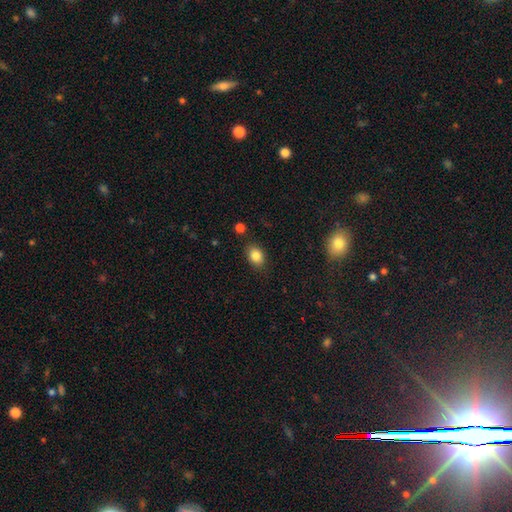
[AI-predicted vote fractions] Smooth or featured?
  - smooth: 84% *
  - star or artifact: 10%
  - featured or disk: 6%
How rounded?
  - in between: 70% *
  - round: 29%
  - cigar-shaped: 1%
Merging?
  - none: 83% *
  - minor disturbance: 12%
  - major disturbance: 3%
  - merger: 2%